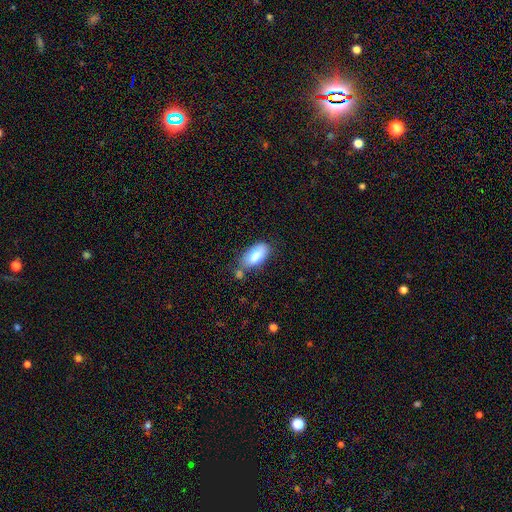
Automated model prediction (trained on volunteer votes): This is clearly a smooth galaxy (84%). How rounded: clearly in between (92%). Merging: possibly none (56%).